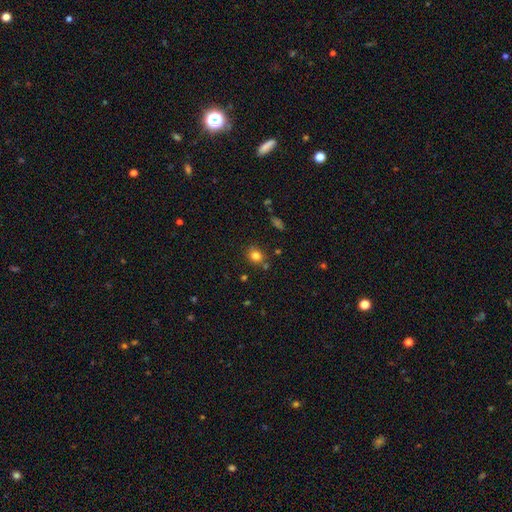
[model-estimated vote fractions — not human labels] This is clearly a smooth galaxy (80%). How rounded: likely round (71%). Merging: likely none (77%).